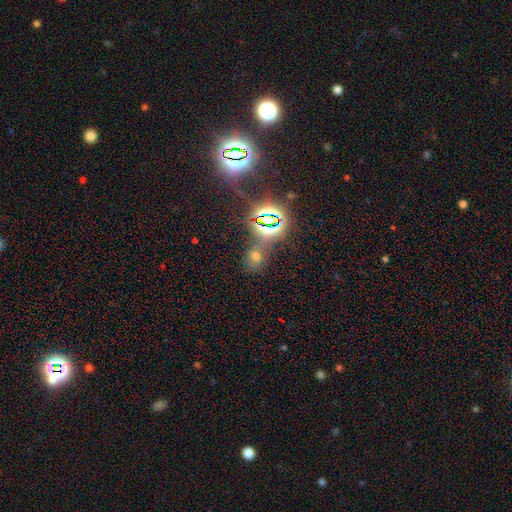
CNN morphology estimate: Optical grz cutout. It shows a star or artifact, not a galaxy (55%).